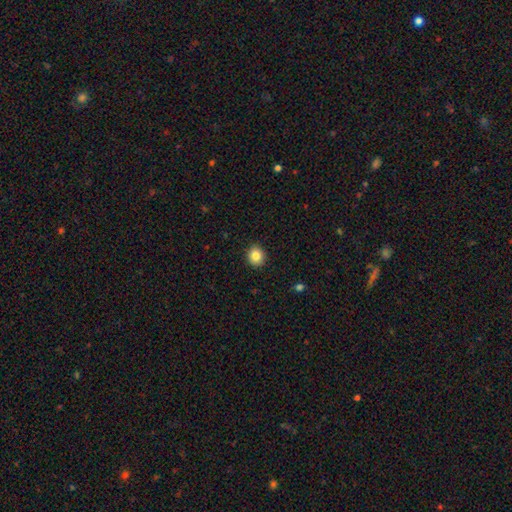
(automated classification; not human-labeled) Smooth or featured? Predicted: smooth (p=0.83). How rounded? Predicted: round (p=0.82). Merging? Predicted: none (p=0.91).